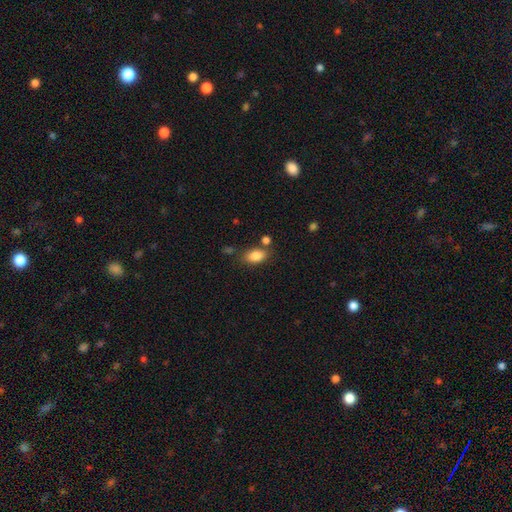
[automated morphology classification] Smooth or featured? Predicted: smooth (p=0.85). How rounded? Predicted: in between (p=0.89). Merging? Predicted: none (p=0.73).